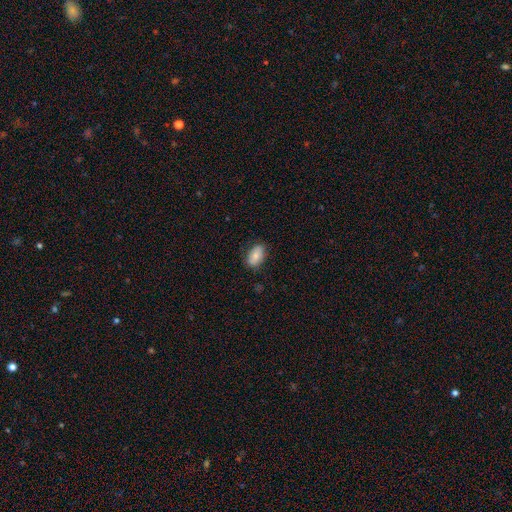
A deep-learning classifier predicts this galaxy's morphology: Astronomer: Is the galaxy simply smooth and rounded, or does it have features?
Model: smooth — 77%.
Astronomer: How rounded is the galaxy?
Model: in between — 90%.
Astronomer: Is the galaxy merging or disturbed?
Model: none — 79%.